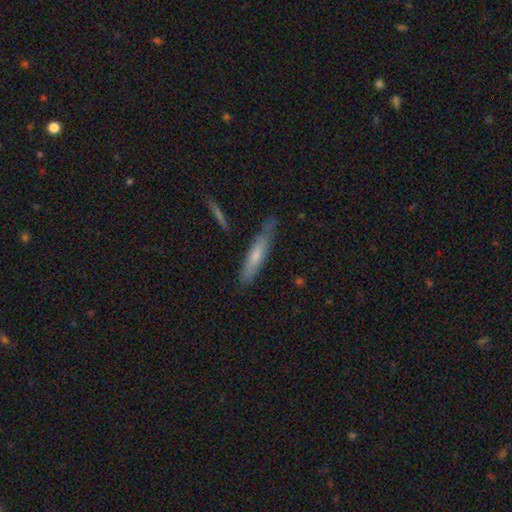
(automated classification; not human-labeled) The model was most divided on "smooth or featured": smooth: 62%, featured or disk: 32%, star or artifact: 6%. More confident: how rounded — cigar-shaped (85%); merging — none (70%).